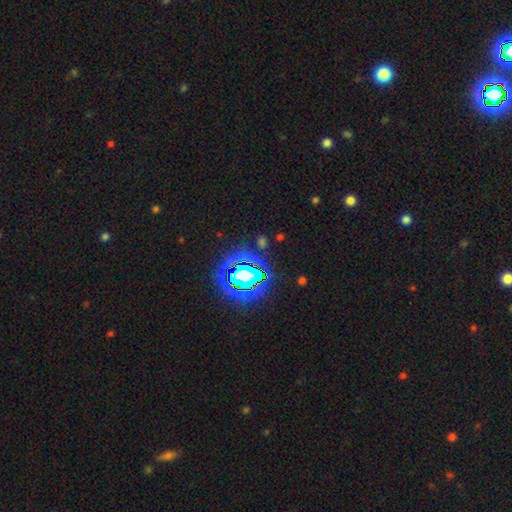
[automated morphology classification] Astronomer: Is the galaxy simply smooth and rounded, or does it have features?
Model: star or artifact — 83%.